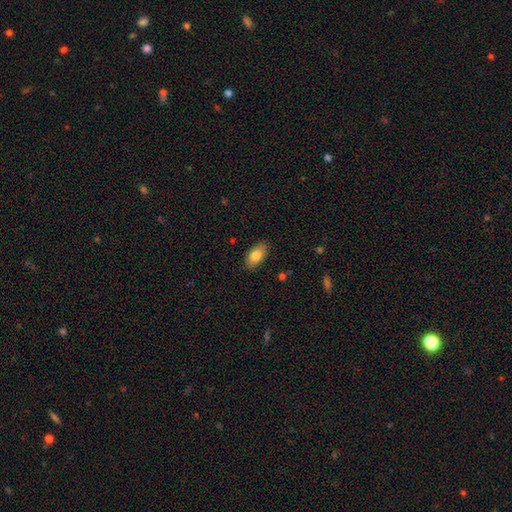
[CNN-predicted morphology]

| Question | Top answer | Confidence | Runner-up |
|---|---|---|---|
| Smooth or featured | smooth | 83% | featured or disk (10%) |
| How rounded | in between | 92% | round (4%) |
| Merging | none | 86% | minor disturbance (10%) |